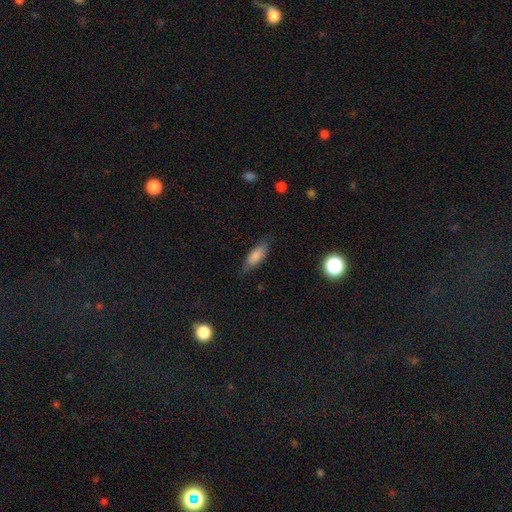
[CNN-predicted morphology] Smooth or featured?
  - smooth: 79% *
  - featured or disk: 14%
  - star or artifact: 7%
How rounded?
  - in between: 68% *
  - cigar-shaped: 30%
  - round: 2%
Merging?
  - none: 73% *
  - minor disturbance: 20%
  - major disturbance: 5%
  - merger: 1%